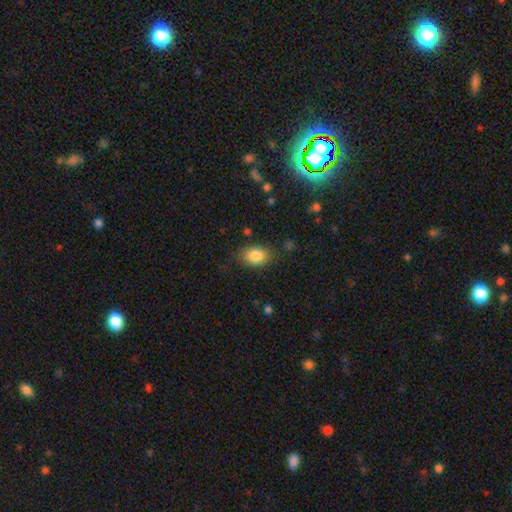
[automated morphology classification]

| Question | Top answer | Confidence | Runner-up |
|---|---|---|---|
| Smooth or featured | smooth | 85% | star or artifact (8%) |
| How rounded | in between | 84% | round (14%) |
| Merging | none | 81% | minor disturbance (14%) |